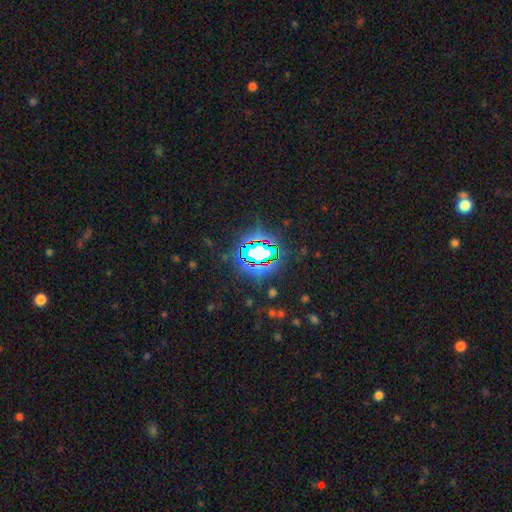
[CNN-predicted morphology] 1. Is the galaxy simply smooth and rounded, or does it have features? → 73% star or artifact, 16% smooth, 11% featured or disk.